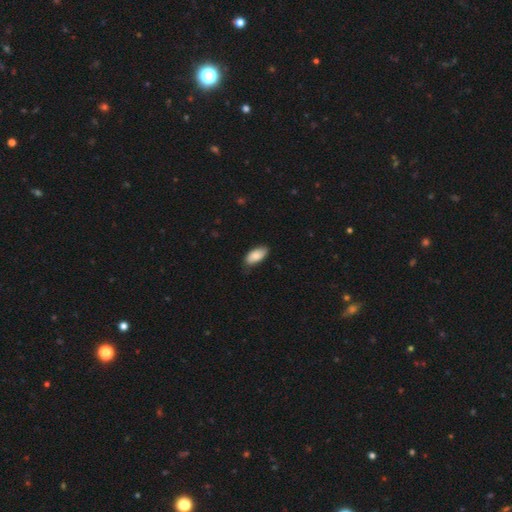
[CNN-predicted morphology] Q: Smooth or featured?
A: smooth (84%); runner-up: featured or disk (10%)
Q: How rounded?
A: in between (93%); runner-up: cigar-shaped (5%)
Q: Merging?
A: none (74%); runner-up: minor disturbance (22%)